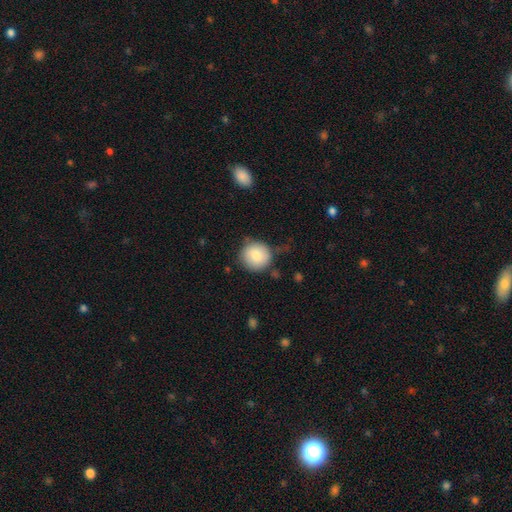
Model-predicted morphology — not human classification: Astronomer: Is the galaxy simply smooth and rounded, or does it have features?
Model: smooth — 81%.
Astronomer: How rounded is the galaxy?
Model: round — 93%.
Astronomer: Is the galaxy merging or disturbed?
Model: none — 70%.